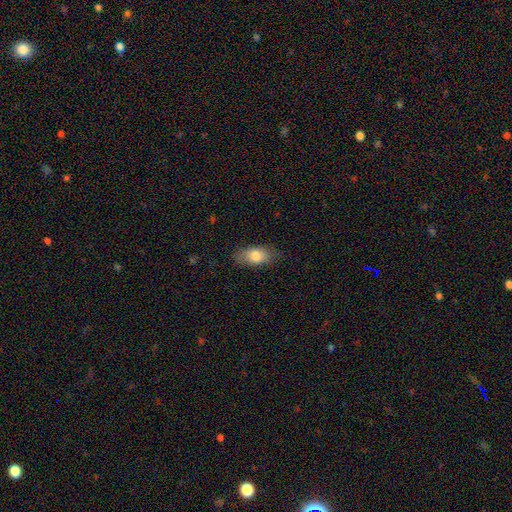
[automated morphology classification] Smooth or featured? smooth (79%)
How rounded? in between (88%)
Merging? none (78%)